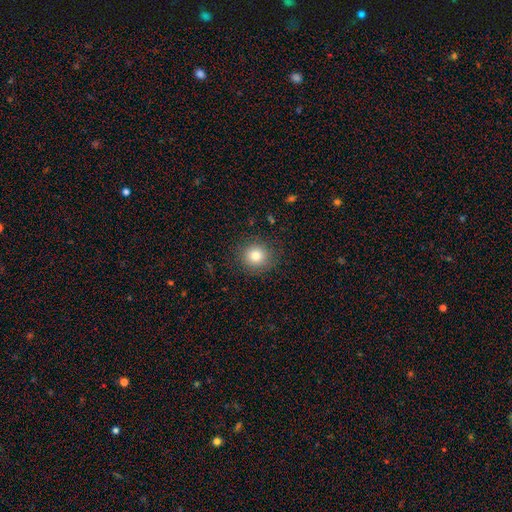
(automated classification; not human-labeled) The model was most divided on "smooth or featured": smooth: 80%, star or artifact: 12%, featured or disk: 8%. More confident: how rounded — round (89%); merging — none (87%).